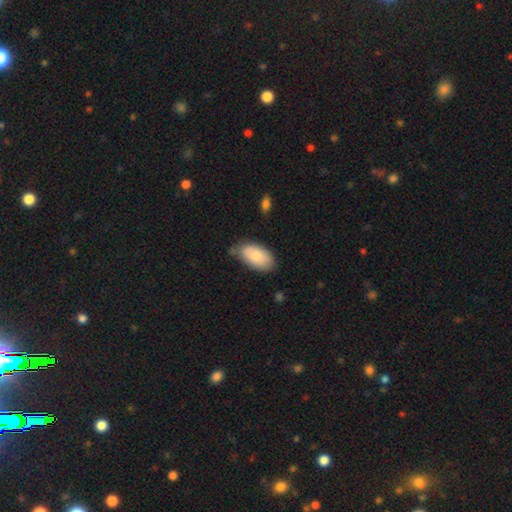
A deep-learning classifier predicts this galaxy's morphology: smooth_or_featured: smooth (p=0.81) [alt: featured or disk p=0.13]
how_rounded: in between (p=0.95) [alt: round p=0.03]
merging: none (p=0.67) [alt: minor disturbance p=0.25]